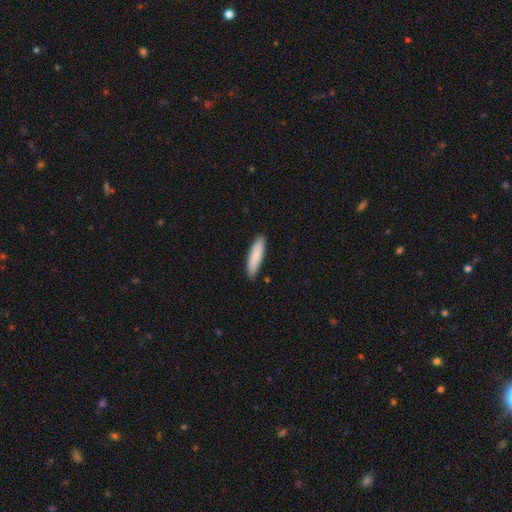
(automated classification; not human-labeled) The model was most divided on "how rounded": cigar-shaped: 72%, in between: 27%, round: 1%. More confident: merging — none (88%); smooth or featured — smooth (86%).